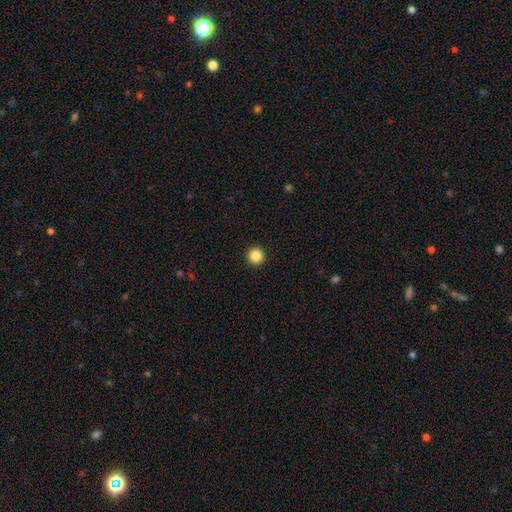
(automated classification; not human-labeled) smooth_or_featured: smooth (p=0.86) [alt: star or artifact p=0.10]
how_rounded: round (p=0.96) [alt: in between p=0.03]
merging: none (p=0.94) [alt: minor disturbance p=0.04]